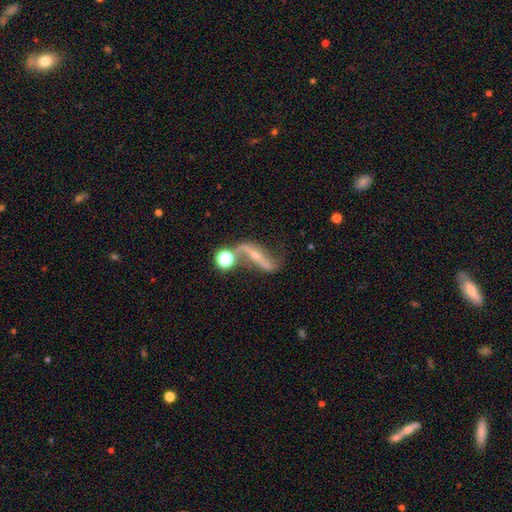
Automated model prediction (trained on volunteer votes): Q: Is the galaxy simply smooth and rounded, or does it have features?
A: featured or disk — 82%.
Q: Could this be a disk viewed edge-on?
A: no — 79%.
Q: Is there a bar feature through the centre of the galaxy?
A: strong — 52%.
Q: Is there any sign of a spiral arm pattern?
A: yes — 89%.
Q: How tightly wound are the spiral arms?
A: loose — 82%.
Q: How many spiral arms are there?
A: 2 — 89%.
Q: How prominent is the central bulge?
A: small — 63%.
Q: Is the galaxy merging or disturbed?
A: none — 56%.